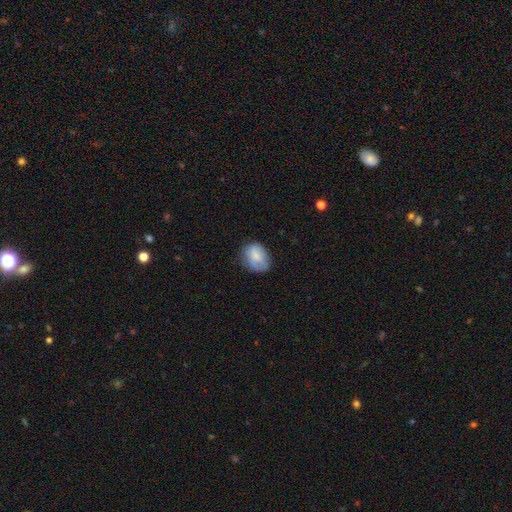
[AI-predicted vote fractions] Smooth or featured? smooth (76%)
How rounded? in between (62%)
Merging? none (64%)